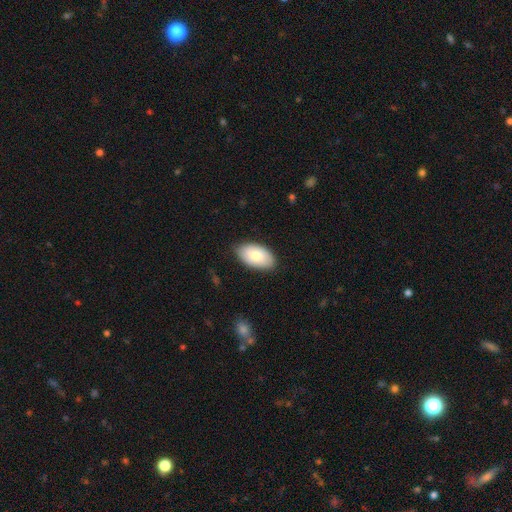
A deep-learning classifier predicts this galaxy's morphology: Smooth or featured? smooth (73%)
How rounded? in between (95%)
Merging? none (82%)